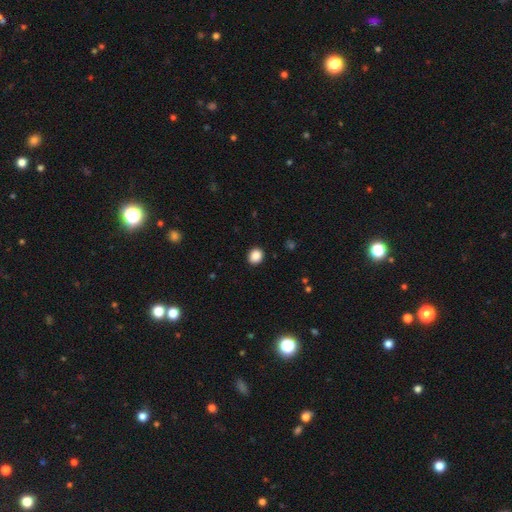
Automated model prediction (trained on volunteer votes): Smooth or featured: smooth — 88% (star or artifact — 9%)
How rounded: round — 75% (in between — 24%)
Merging: none — 91% (minor disturbance — 6%)